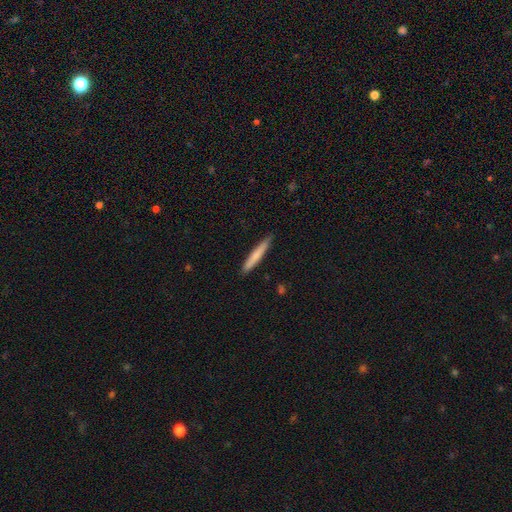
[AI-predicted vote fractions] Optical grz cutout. It shows a smooth galaxy with no disk features (74%) that is cigar-shaped (95%). Merging: none (89%).